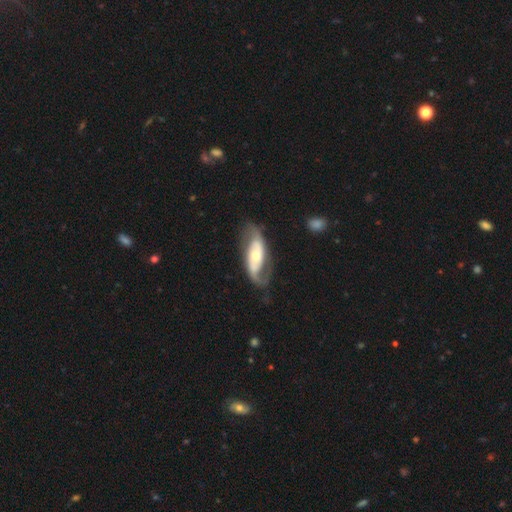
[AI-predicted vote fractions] A featured or disk galaxy (77%) with no bar (57%), 2 (78%) loose (41%) spiral arms (87%) and a moderate central bulge (58%). Merging: none (63%).